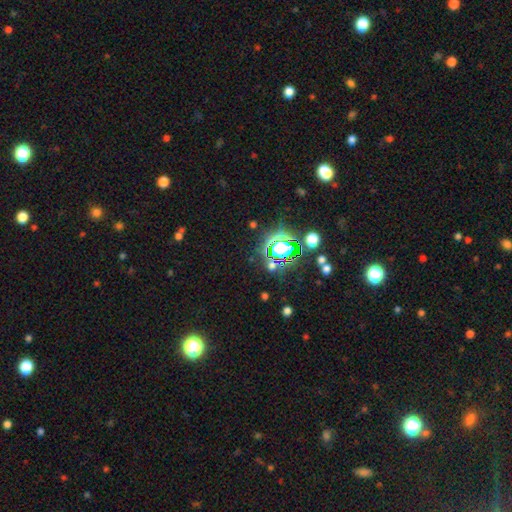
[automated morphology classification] smooth-or-featured: star or artifact: 78% | smooth: 14% | featured or disk: 8%